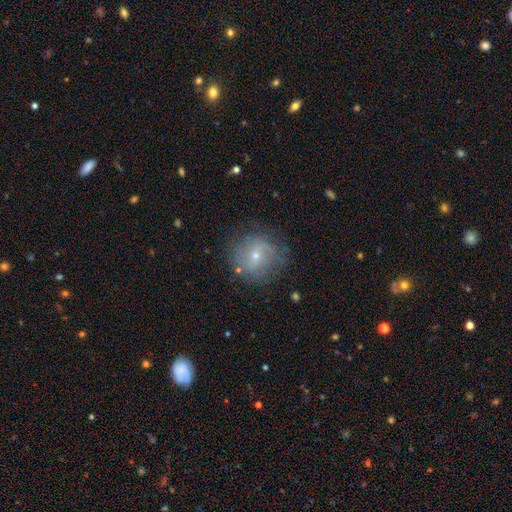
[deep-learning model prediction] featured or disk 49%, smooth 38%, star or artifact 13%. Down the decision tree: merging — none (77%).